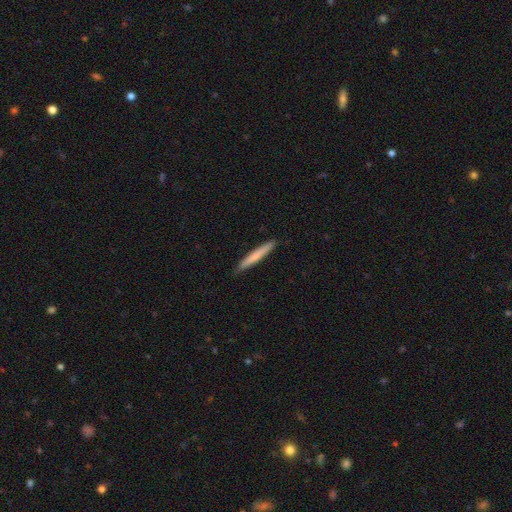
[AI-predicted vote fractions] This appears to be a smooth galaxy with no disk features (71%) that is cigar-shaped (96%). Merging: none (90%).